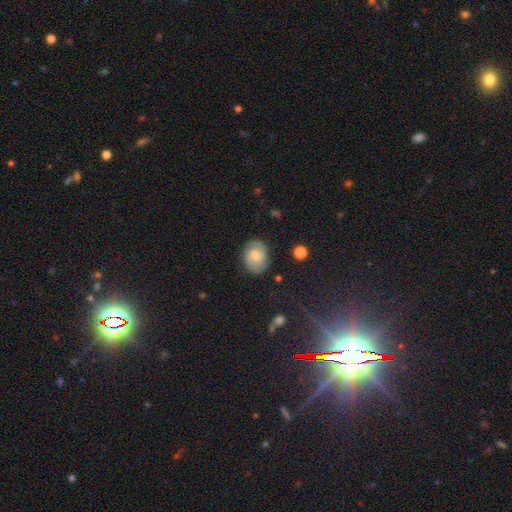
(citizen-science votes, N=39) A smooth galaxy with no disk features (54%) that is in between round and cigar-shaped (62%).

Vote fractions:
- Smooth or featured? smooth: 54% / featured or disk: 44% / star or artifact: 3%
- How rounded? in between: 62% / round: 38% / cigar-shaped: 0%
- Merging? none: 79% / minor disturbance: 18% / major disturbance: 3% / merger: 0%